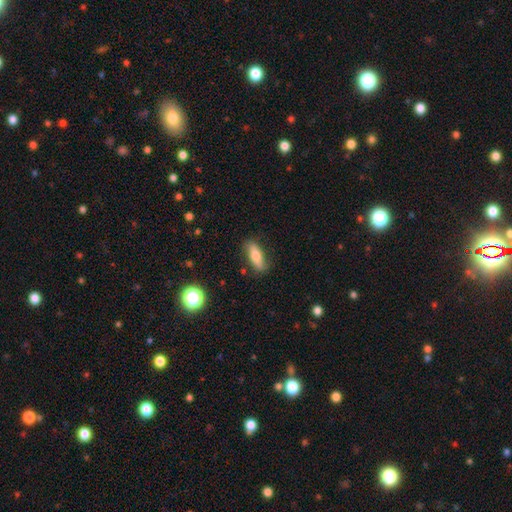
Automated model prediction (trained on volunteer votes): Smooth or featured?
  - smooth: 65% *
  - featured or disk: 27%
  - star or artifact: 7%
How rounded?
  - in between: 56% *
  - cigar-shaped: 41%
  - round: 3%
Merging?
  - none: 80% *
  - minor disturbance: 15%
  - major disturbance: 3%
  - merger: 2%